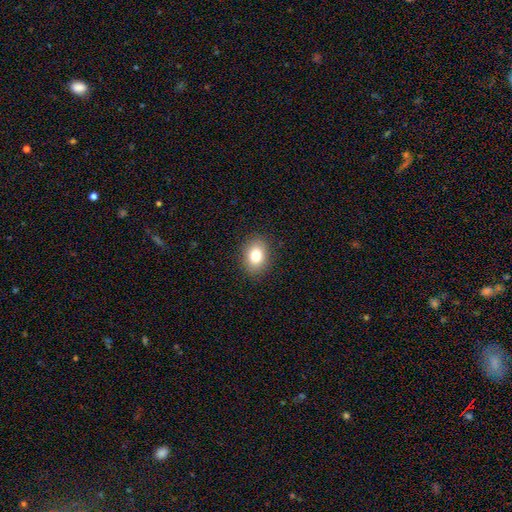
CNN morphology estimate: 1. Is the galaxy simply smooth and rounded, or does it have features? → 81% smooth, 10% featured or disk, 10% star or artifact.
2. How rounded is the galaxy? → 66% in between, 33% round, 1% cigar-shaped.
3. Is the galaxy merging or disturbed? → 88% none, 8% minor disturbance, 2% major disturbance, 1% merger.